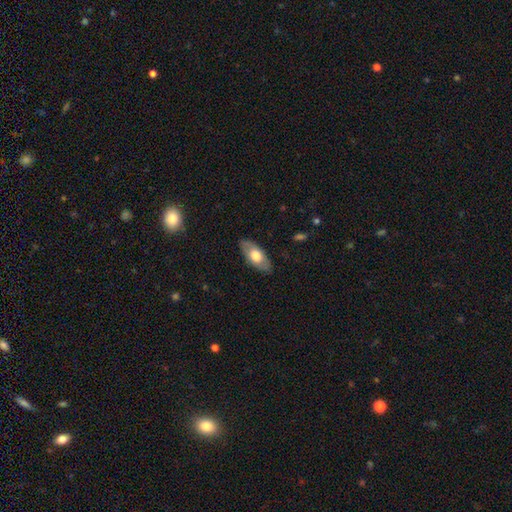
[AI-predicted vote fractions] Smooth or featured?
  - smooth: 61% *
  - featured or disk: 34%
  - star or artifact: 5%
How rounded?
  - in between: 89% *
  - cigar-shaped: 8%
  - round: 3%
Merging?
  - none: 85% *
  - minor disturbance: 11%
  - major disturbance: 2%
  - merger: 1%